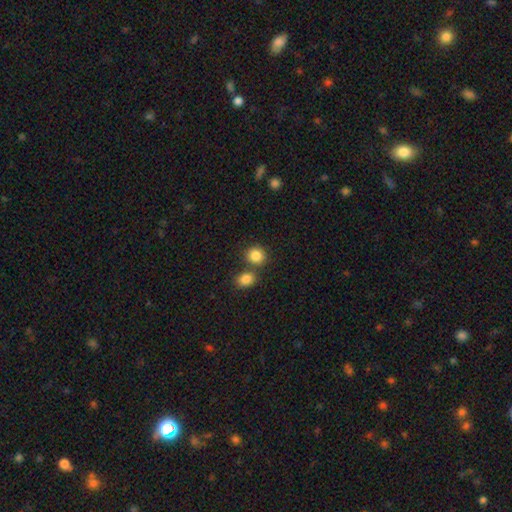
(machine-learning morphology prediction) Smooth or featured?
  - smooth: 85% *
  - star or artifact: 10%
  - featured or disk: 5%
How rounded?
  - round: 82% *
  - in between: 17%
  - cigar-shaped: 1%
Merging?
  - none: 64% *
  - merger: 24%
  - minor disturbance: 9%
  - major disturbance: 3%